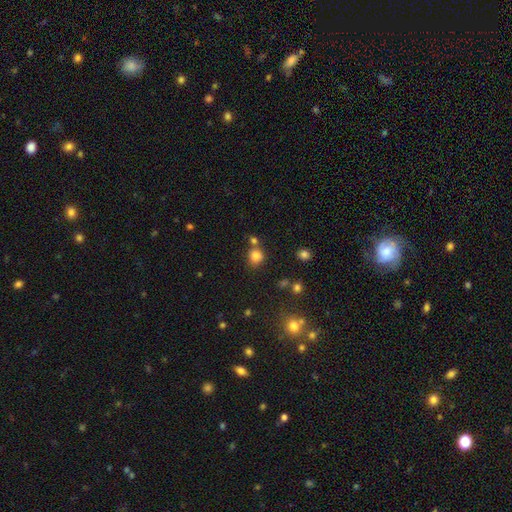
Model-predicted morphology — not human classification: A smooth galaxy with no disk features (81%) that is round (84%). Merging: none (67%).